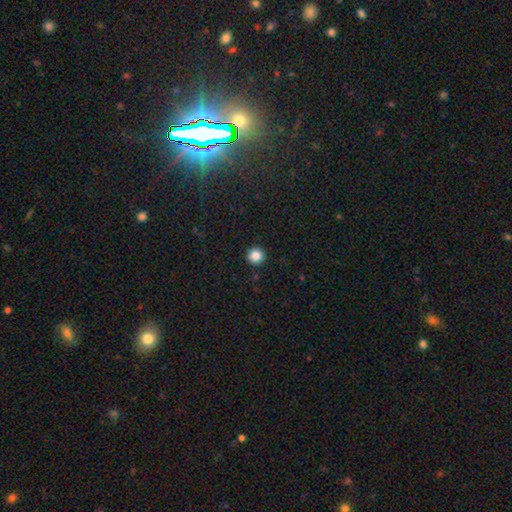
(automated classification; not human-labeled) This is clearly a smooth galaxy (85%). How rounded: clearly round (95%). Merging: clearly none (93%).